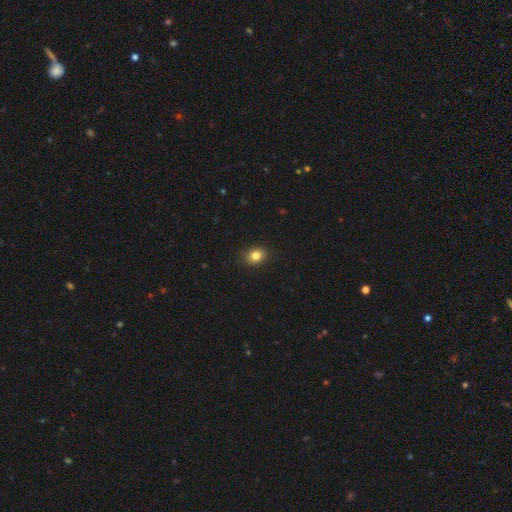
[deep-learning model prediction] smooth-or-featured: smooth: 82% | star or artifact: 11% | featured or disk: 7%
  how-rounded: in between: 58% | round: 40% | cigar-shaped: 1%
  merging: none: 87% | minor disturbance: 10% | major disturbance: 2% | merger: 1%